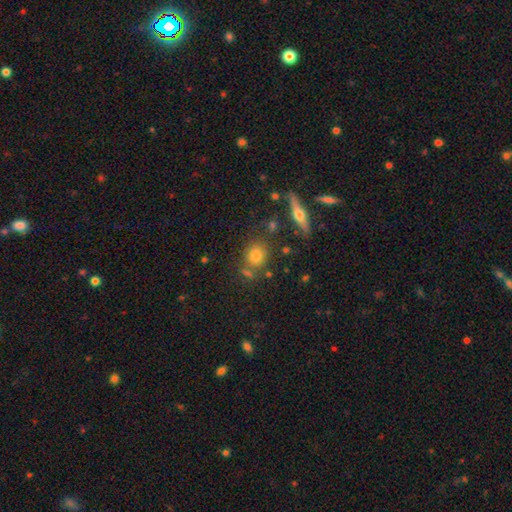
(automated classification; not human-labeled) Smooth or featured? smooth (71%)
How rounded? round (66%)
Merging? none (72%)